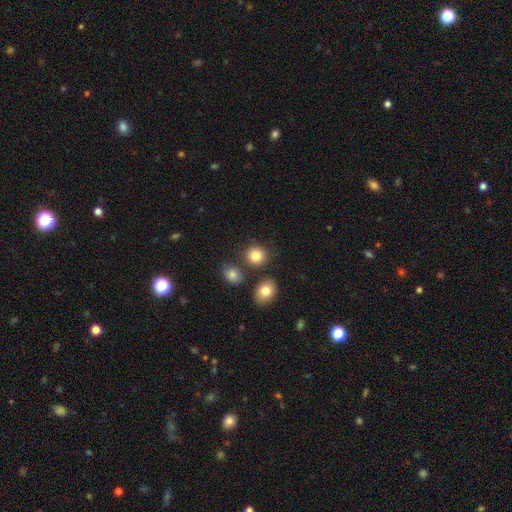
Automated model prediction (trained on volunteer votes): This appears to be a smooth galaxy with no disk features (84%) that is round (83%). Merging: none (77%).